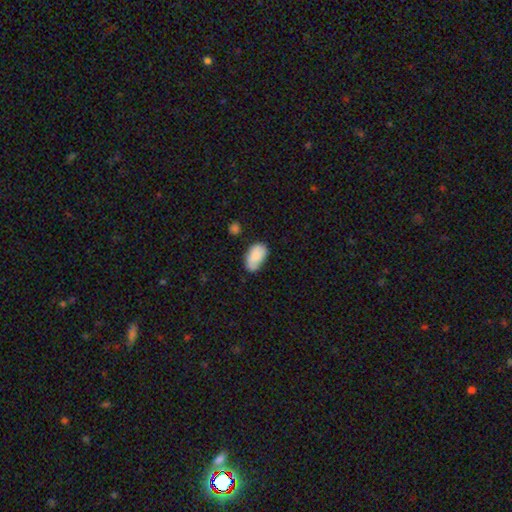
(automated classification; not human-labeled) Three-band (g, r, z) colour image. It shows a smooth galaxy with no disk features (80%) that is in between round and cigar-shaped (93%). Merging: none (55%).